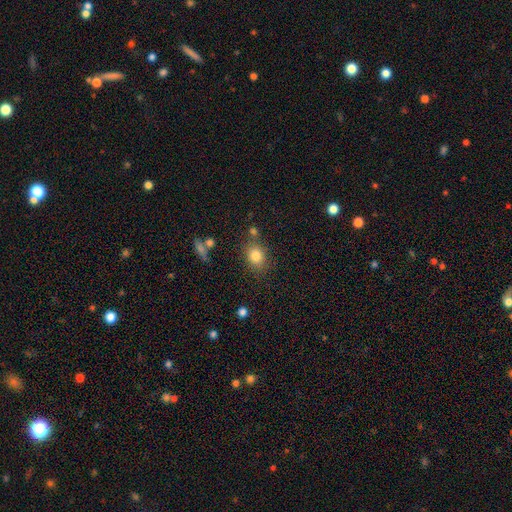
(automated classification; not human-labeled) Smooth or featured? smooth (81%)
How rounded? round (54%)
Merging? none (74%)